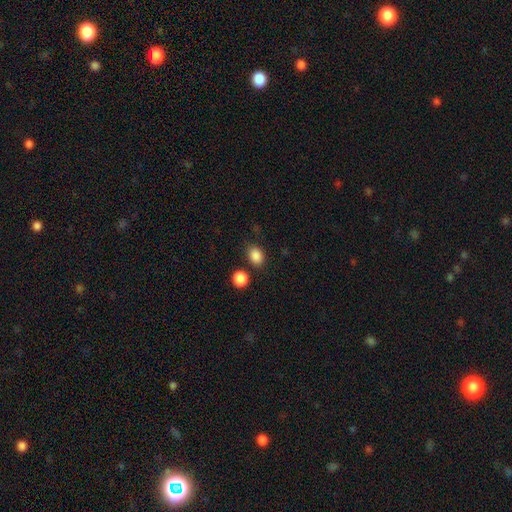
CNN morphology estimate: Smooth or featured?
  - smooth: 87% *
  - star or artifact: 10%
  - featured or disk: 4%
How rounded?
  - in between: 58% *
  - round: 41%
  - cigar-shaped: 1%
Merging?
  - none: 77% *
  - minor disturbance: 11%
  - merger: 8%
  - major disturbance: 3%